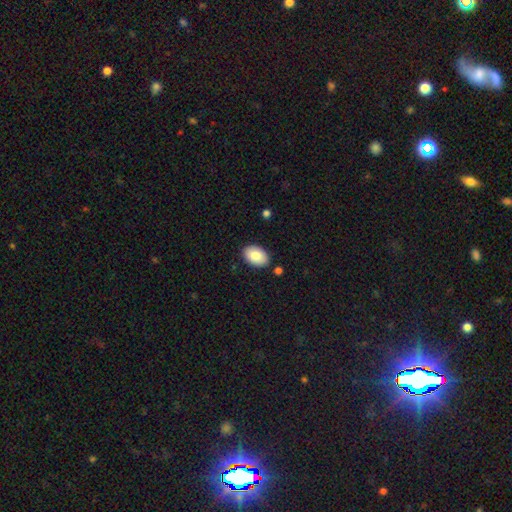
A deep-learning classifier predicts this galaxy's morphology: Overall: smooth (86%). How rounded: in between (91%). Merging: none (86%).